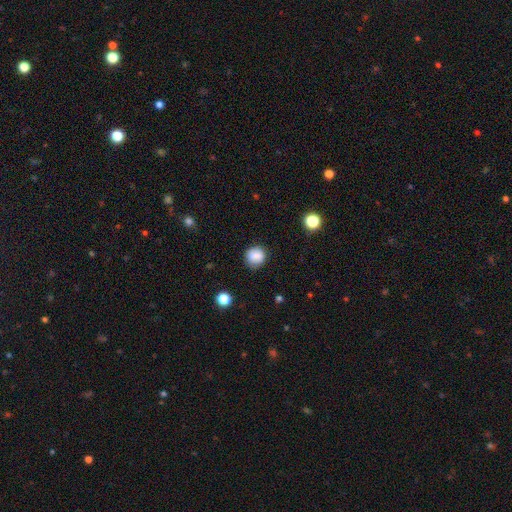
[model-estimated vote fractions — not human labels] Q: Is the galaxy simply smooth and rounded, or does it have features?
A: smooth — 86%.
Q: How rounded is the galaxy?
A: round — 89%.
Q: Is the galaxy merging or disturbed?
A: none — 83%.